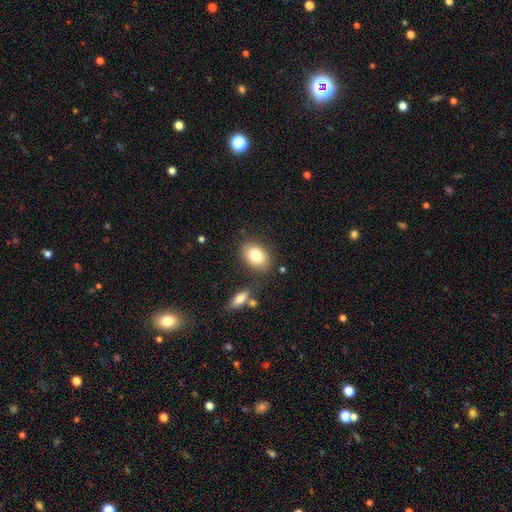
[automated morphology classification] smooth 81%, featured or disk 11%, star or artifact 8%. Down the decision tree: how rounded — in between (79%); merging — none (80%).